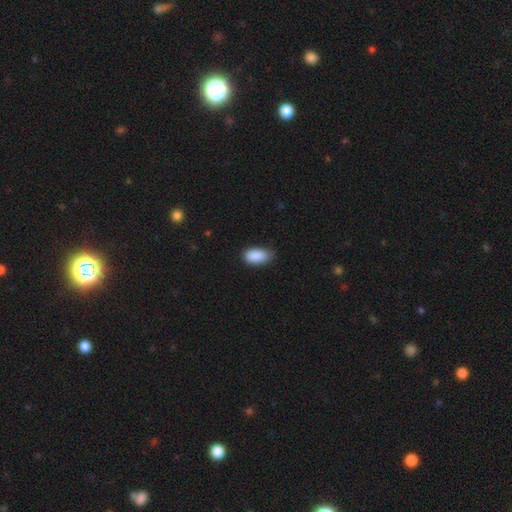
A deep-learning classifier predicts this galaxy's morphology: smooth-or-featured: smooth: 90% | star or artifact: 7% | featured or disk: 4%
  how-rounded: in between: 94% | round: 3% | cigar-shaped: 3%
  merging: none: 66% | minor disturbance: 29% | major disturbance: 4% | merger: 1%